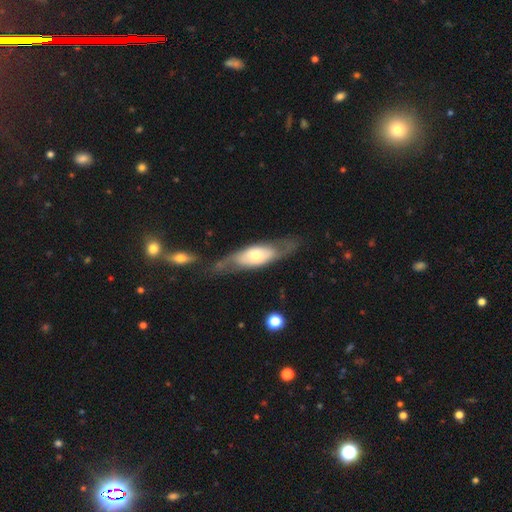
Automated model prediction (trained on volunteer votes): Smooth or featured?
  - featured or disk: 56% *
  - smooth: 39%
  - star or artifact: 5%
Edge-on disk?
  - no: 62% *
  - yes: 38%
Merging?
  - none: 65% *
  - minor disturbance: 19%
  - major disturbance: 12%
  - merger: 4%